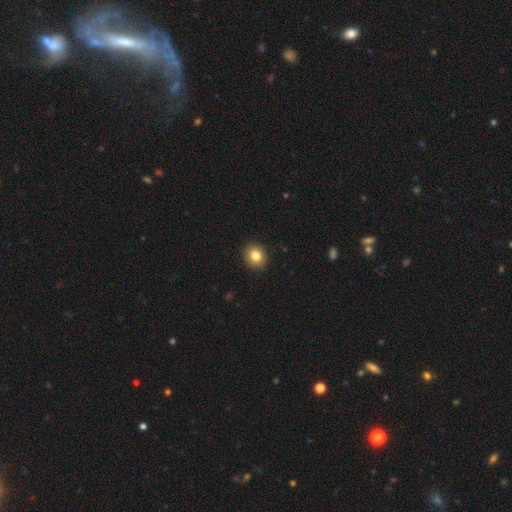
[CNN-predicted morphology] smooth-or-featured: smooth: 83% | star or artifact: 10% | featured or disk: 8%
  how-rounded: round: 79% | in between: 20% | cigar-shaped: 1%
  merging: none: 92% | minor disturbance: 6% | major disturbance: 2% | merger: 1%